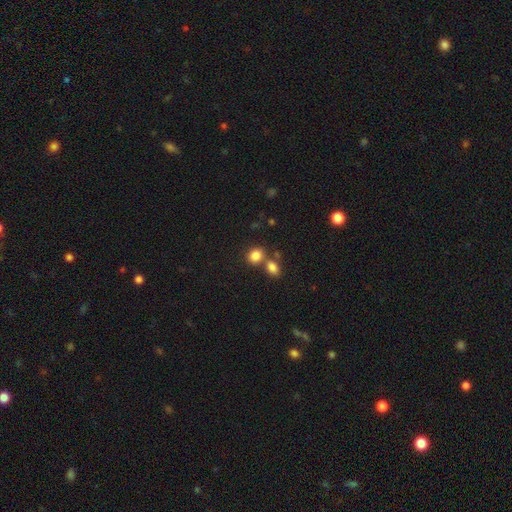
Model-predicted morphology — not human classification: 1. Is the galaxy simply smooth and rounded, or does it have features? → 84% smooth, 10% star or artifact, 6% featured or disk.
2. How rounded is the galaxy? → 51% in between, 48% round, 1% cigar-shaped.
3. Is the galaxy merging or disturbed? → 53% none, 34% merger, 9% minor disturbance, 3% major disturbance.